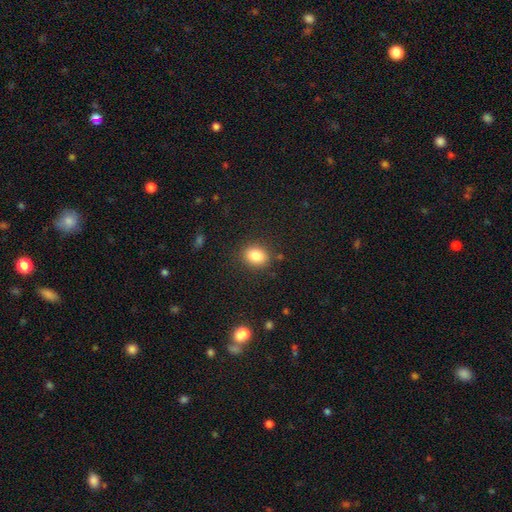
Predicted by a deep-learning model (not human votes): Morphology: type=smooth (84%); roundness=in between (57%); merging=none (86%).